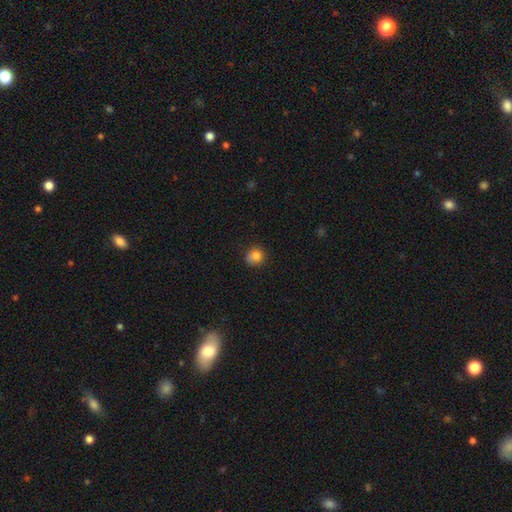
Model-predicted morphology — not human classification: Smooth or featured?
  - smooth: 83% *
  - star or artifact: 11%
  - featured or disk: 6%
How rounded?
  - round: 82% *
  - in between: 17%
  - cigar-shaped: 1%
Merging?
  - none: 77% *
  - minor disturbance: 18%
  - major disturbance: 3%
  - merger: 2%